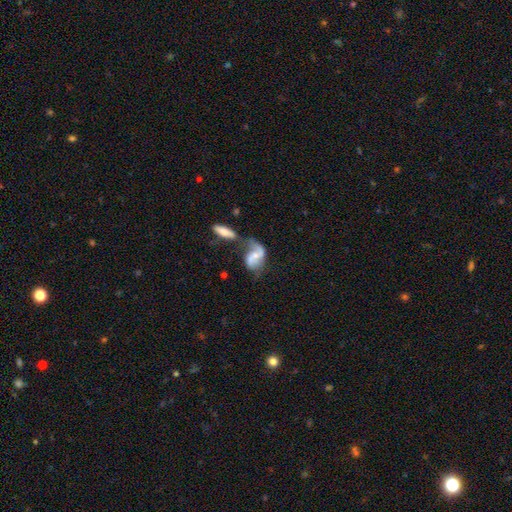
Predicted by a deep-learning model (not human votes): Q: Smooth or featured?
A: featured or disk (67%); runner-up: smooth (26%)
Q: Edge-on disk?
A: no (95%); runner-up: yes (5%)
Q: Bar?
A: no (42%); runner-up: weak (40%)
Q: Spiral arms?
A: yes (84%); runner-up: no (16%)
Q: Spiral winding?
A: loose (60%); runner-up: medium (30%)
Q: Spiral arm count?
A: 2 (82%); runner-up: 1 (8%)
Q: Bulge size?
A: small (50%); runner-up: moderate (31%)
Q: Merging?
A: merger (36%); runner-up: none (30%)